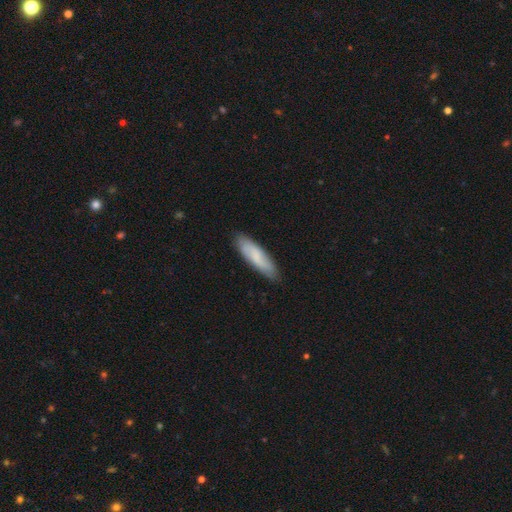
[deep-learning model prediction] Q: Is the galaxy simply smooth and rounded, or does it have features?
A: smooth — 72%.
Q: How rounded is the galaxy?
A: cigar-shaped — 63%.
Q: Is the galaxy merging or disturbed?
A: none — 84%.